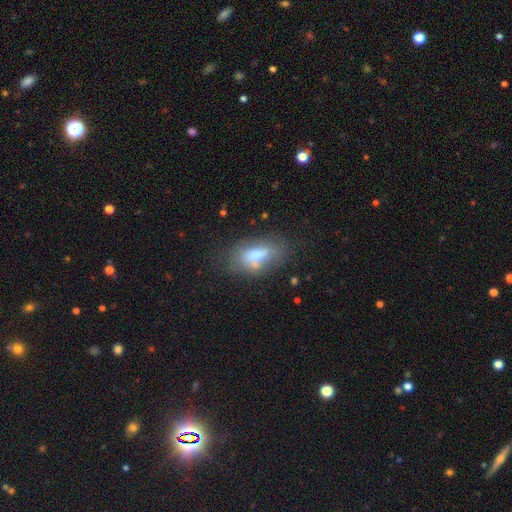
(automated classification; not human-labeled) Smooth or featured? smooth (60%)
How rounded? in between (86%)
Merging? none (39%)